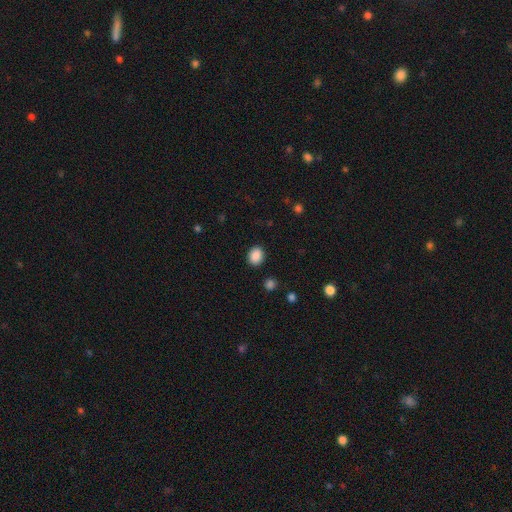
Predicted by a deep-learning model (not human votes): This is clearly a smooth galaxy (89%). How rounded: possibly round (55%). Merging: clearly none (89%).